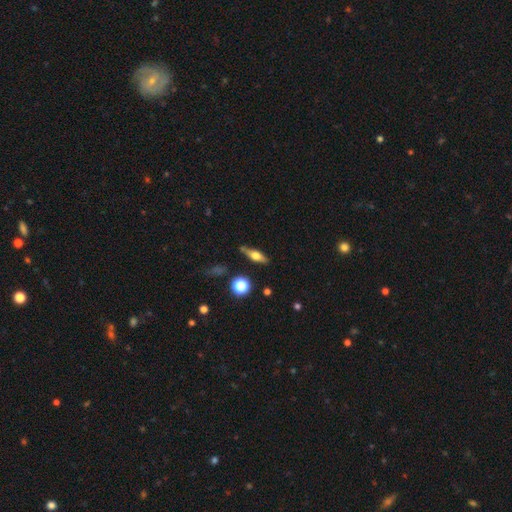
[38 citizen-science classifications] Volunteers were most divided on "smooth or featured": featured or disk: 53%, smooth: 47%, star or artifact: 0%. More confident: edge-on bulge — rounded (94%); edge-on disk — yes (90%); merging — none (68%).